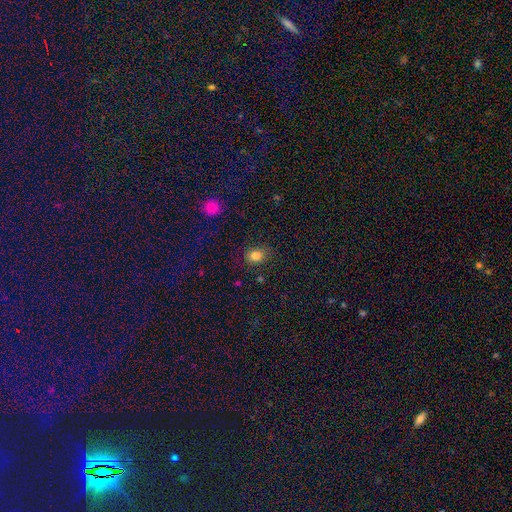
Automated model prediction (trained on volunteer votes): Smooth or featured? Predicted: smooth (p=0.83). How rounded? Predicted: in between (p=0.50). Merging? Predicted: none (p=0.84).